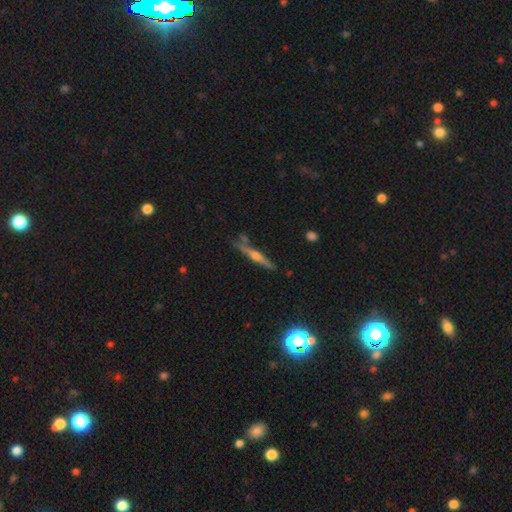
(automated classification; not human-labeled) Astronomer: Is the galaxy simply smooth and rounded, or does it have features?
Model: featured or disk — 68%.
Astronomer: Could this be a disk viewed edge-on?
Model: yes — 97%.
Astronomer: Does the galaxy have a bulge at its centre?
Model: rounded — 85%.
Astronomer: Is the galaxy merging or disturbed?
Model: none — 81%.